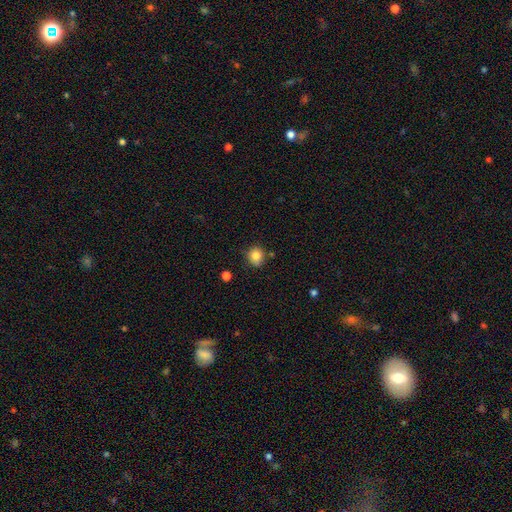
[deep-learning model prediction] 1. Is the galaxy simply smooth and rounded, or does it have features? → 82% smooth, 11% star or artifact, 7% featured or disk.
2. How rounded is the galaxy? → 82% round, 17% in between, 1% cigar-shaped.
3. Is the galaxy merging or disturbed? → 76% none, 17% minor disturbance, 4% merger, 3% major disturbance.